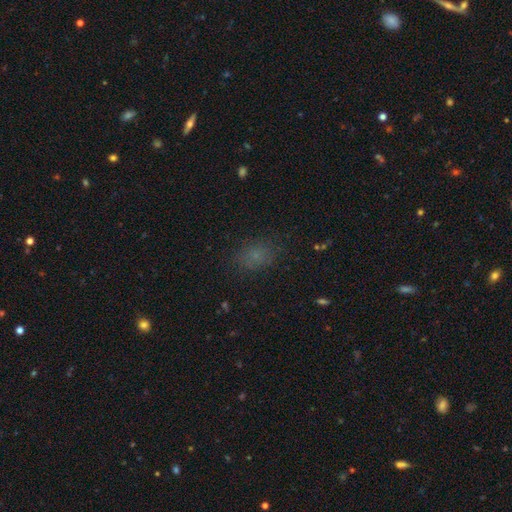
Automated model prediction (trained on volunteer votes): A smooth galaxy with no disk features (69%) that is in between round and cigar-shaped (66%). Merging: none (79%).